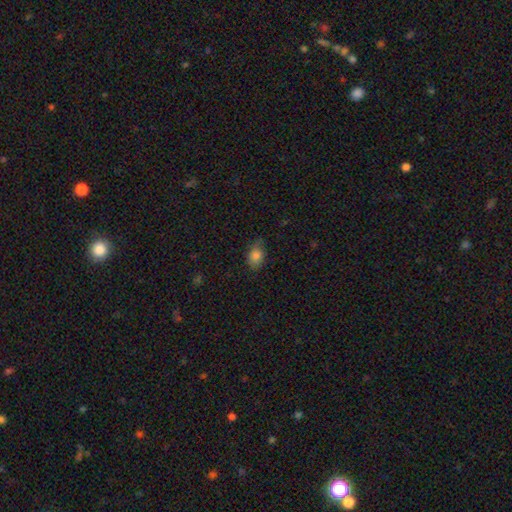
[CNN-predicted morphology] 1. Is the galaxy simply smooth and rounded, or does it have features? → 80% smooth, 10% star or artifact, 9% featured or disk.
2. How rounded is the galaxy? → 76% in between, 22% round, 2% cigar-shaped.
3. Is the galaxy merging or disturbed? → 67% none, 27% minor disturbance, 5% major disturbance, 1% merger.